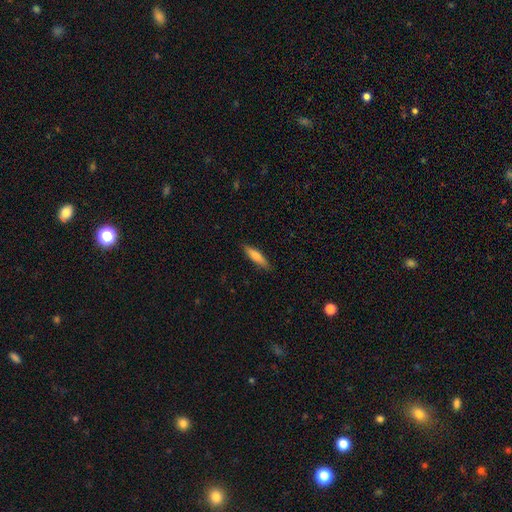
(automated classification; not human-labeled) Q: Smooth or featured?
A: smooth (69%); runner-up: featured or disk (25%)
Q: How rounded?
A: cigar-shaped (75%); runner-up: in between (23%)
Q: Merging?
A: none (87%); runner-up: minor disturbance (10%)